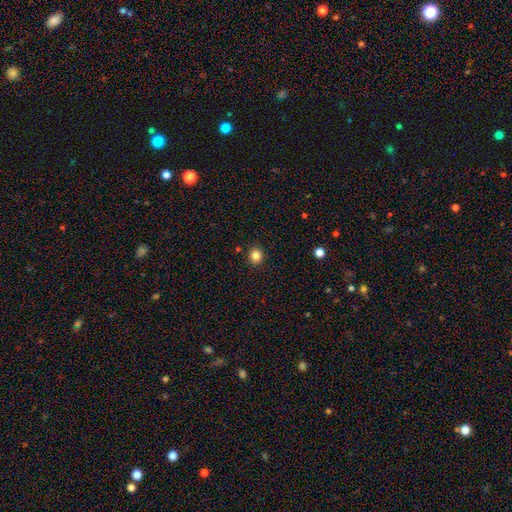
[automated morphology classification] type=smooth (84%); roundness=round (82%); merging=none (91%).